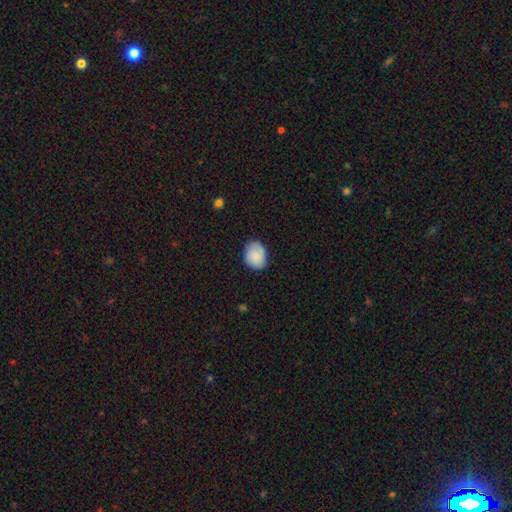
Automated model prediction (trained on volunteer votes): Q: Smooth or featured?
A: smooth (73%); runner-up: featured or disk (19%)
Q: How rounded?
A: in between (56%); runner-up: round (43%)
Q: Merging?
A: none (70%); runner-up: minor disturbance (24%)